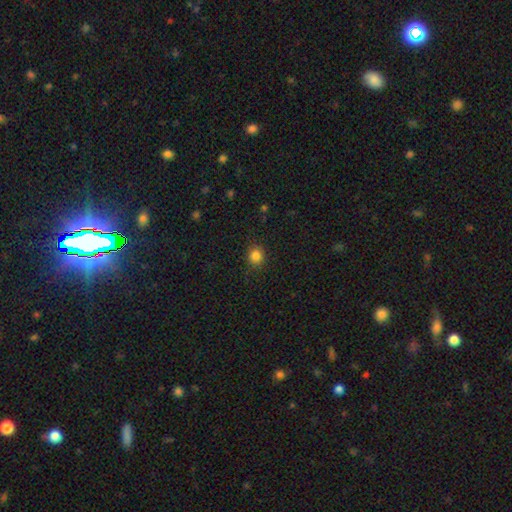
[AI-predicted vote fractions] Smooth or featured? smooth (84%)
How rounded? round (82%)
Merging? none (88%)